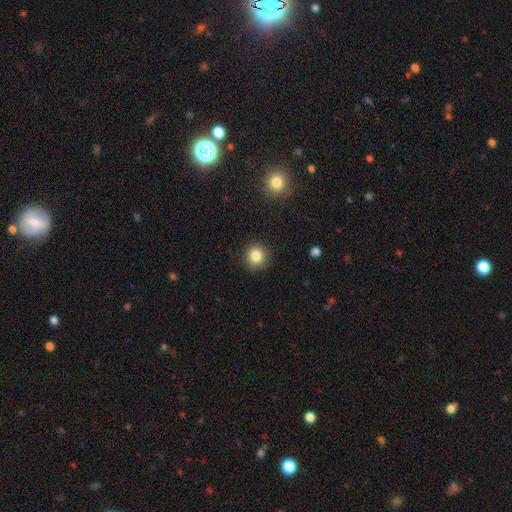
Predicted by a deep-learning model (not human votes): A smooth galaxy with no disk features (84%) that is round (92%).

Vote fractions:
- Smooth or featured? smooth: 84% / star or artifact: 11% / featured or disk: 5%
- How rounded? round: 92% / in between: 7% / cigar-shaped: 1%
- Merging? none: 90% / minor disturbance: 6% / major disturbance: 2% / merger: 1%